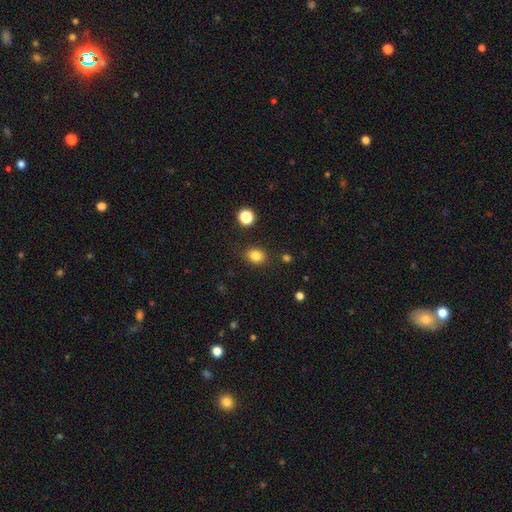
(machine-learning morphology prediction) A smooth galaxy with no disk features (83%) that is round (52%). Merging: none (85%).